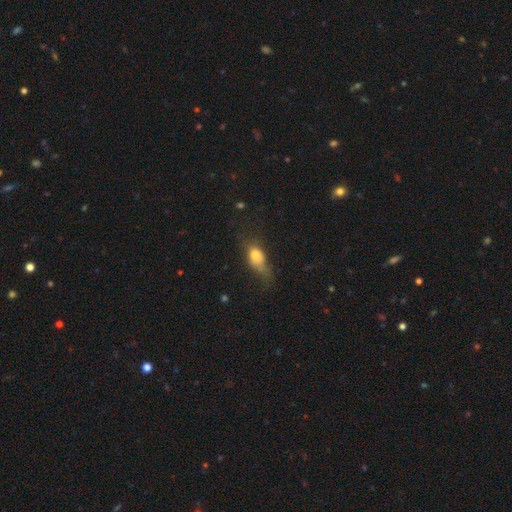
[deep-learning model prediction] Smooth or featured: smooth — 73% (featured or disk — 17%)
How rounded: in between — 71% (round — 22%)
Merging: major disturbance — 37% (minor disturbance — 30%)